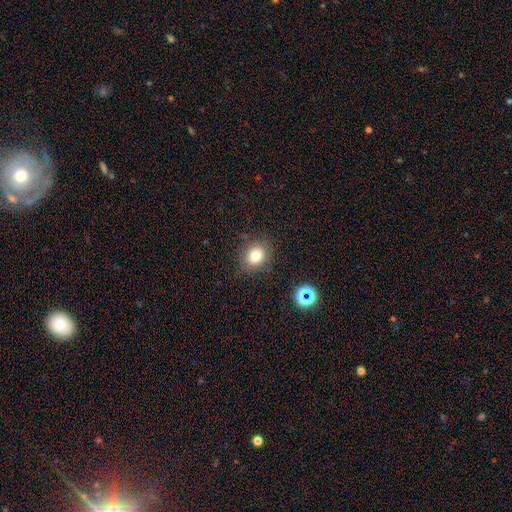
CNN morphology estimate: The model was most divided on "how rounded": round: 71%, in between: 28%, cigar-shaped: 1%. More confident: merging — none (84%); smooth or featured — smooth (77%).